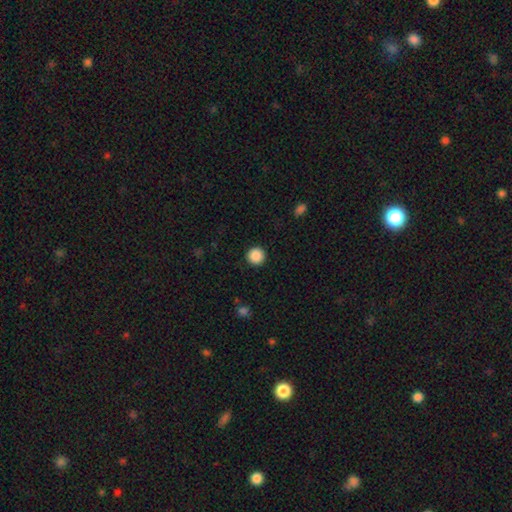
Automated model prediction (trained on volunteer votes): smooth 88%, star or artifact 9%, featured or disk 3%. Down the decision tree: how rounded — round (96%); merging — none (92%).